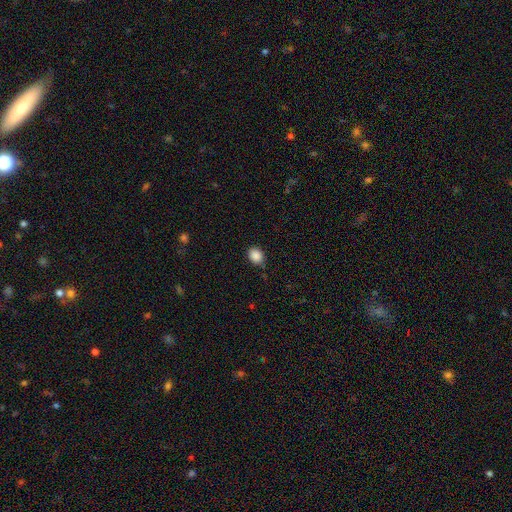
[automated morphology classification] smooth_or_featured: smooth (p=0.88) [alt: star or artifact p=0.09]
how_rounded: in between (p=0.54) [alt: round p=0.45]
merging: none (p=0.83) [alt: minor disturbance p=0.12]